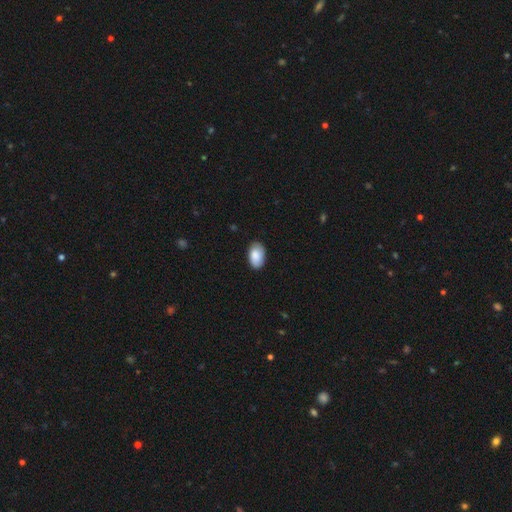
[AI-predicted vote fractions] smooth-or-featured: smooth: 88% | featured or disk: 6% | star or artifact: 6%
  how-rounded: in between: 93% | round: 5% | cigar-shaped: 1%
  merging: none: 84% | minor disturbance: 13% | major disturbance: 2% | merger: 1%